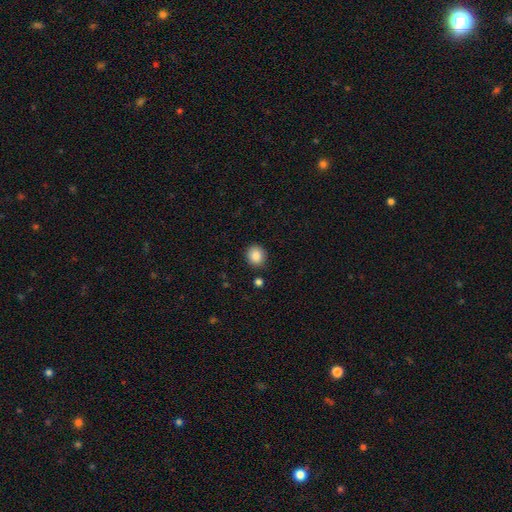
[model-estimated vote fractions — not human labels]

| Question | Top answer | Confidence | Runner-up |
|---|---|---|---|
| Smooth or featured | smooth | 87% | star or artifact (9%) |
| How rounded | round | 79% | in between (20%) |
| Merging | none | 86% | minor disturbance (9%) |